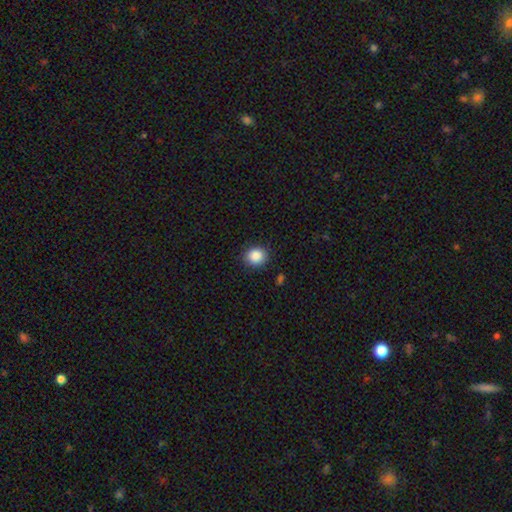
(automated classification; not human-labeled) This appears to be a smooth galaxy with no disk features (87%) that is round (83%). Merging: none (88%).